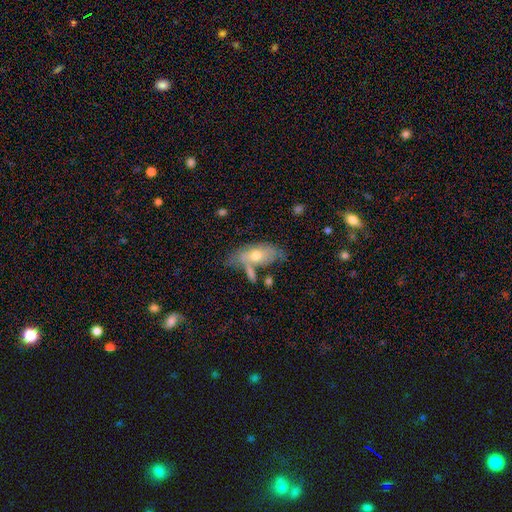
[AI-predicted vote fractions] Smooth or featured: smooth — 59% (featured or disk — 35%)
How rounded: in between — 86% (cigar-shaped — 10%)
Merging: none — 42% (minor disturbance — 24%)